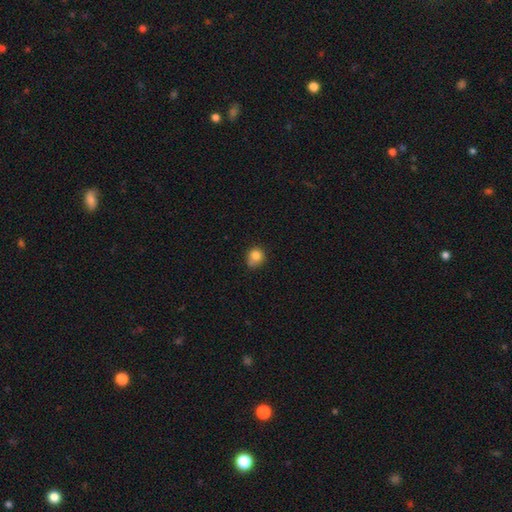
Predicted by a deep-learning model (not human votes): This appears to be a smooth galaxy with no disk features (81%) that is round (82%). Merging: none (59%).